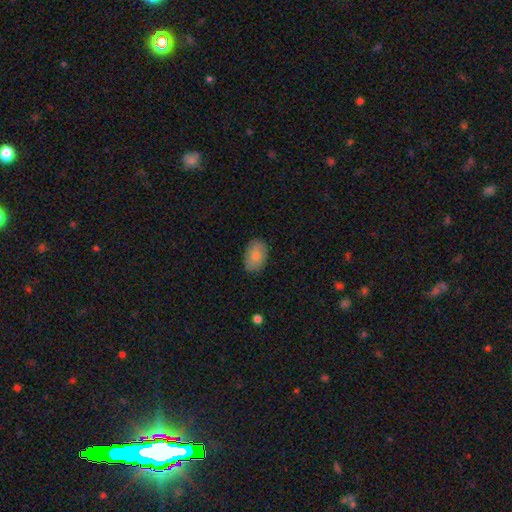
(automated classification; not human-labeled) This is clearly a smooth galaxy (83%). How rounded: clearly in between (88%). Merging: clearly none (84%).